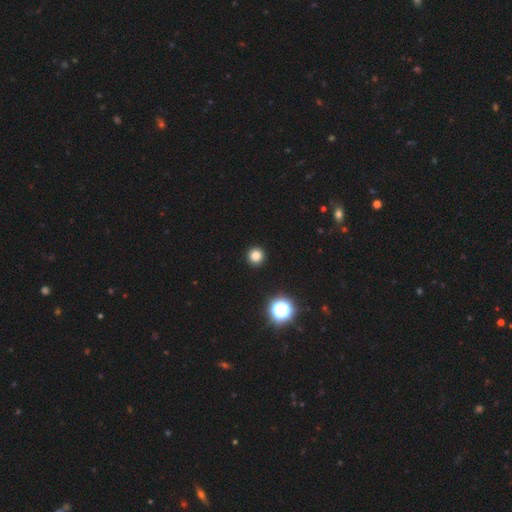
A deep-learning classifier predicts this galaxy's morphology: Q: Smooth or featured?
A: smooth (81%); runner-up: star or artifact (15%)
Q: How rounded?
A: round (96%); runner-up: in between (3%)
Q: Merging?
A: none (94%); runner-up: minor disturbance (4%)